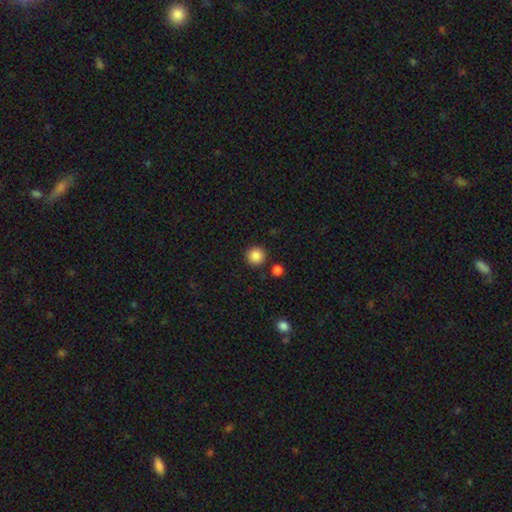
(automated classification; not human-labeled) Q: Smooth or featured?
A: smooth (87%); runner-up: star or artifact (10%)
Q: How rounded?
A: round (95%); runner-up: in between (4%)
Q: Merging?
A: none (89%); runner-up: minor disturbance (5%)